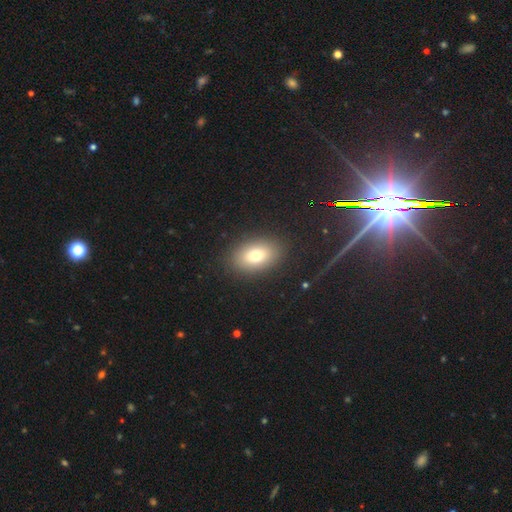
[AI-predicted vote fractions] The model was most divided on "smooth or featured": smooth: 75%, featured or disk: 14%, star or artifact: 10%. More confident: merging — none (87%); how rounded — in between (84%).